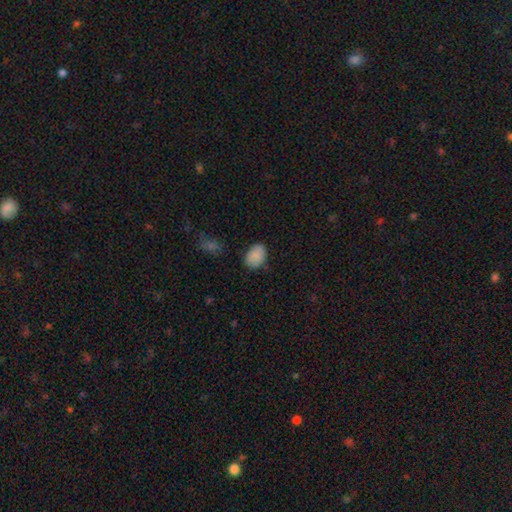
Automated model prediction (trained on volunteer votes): Q: Smooth or featured?
A: smooth (88%); runner-up: star or artifact (8%)
Q: How rounded?
A: in between (79%); runner-up: round (20%)
Q: Merging?
A: none (79%); runner-up: minor disturbance (16%)